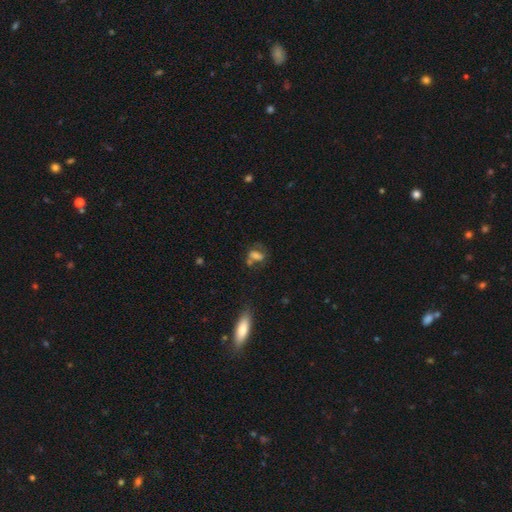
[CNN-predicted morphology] smooth 57%, featured or disk 27%, star or artifact 16%. Down the decision tree: how rounded — in between (76%); merging — none (41%).